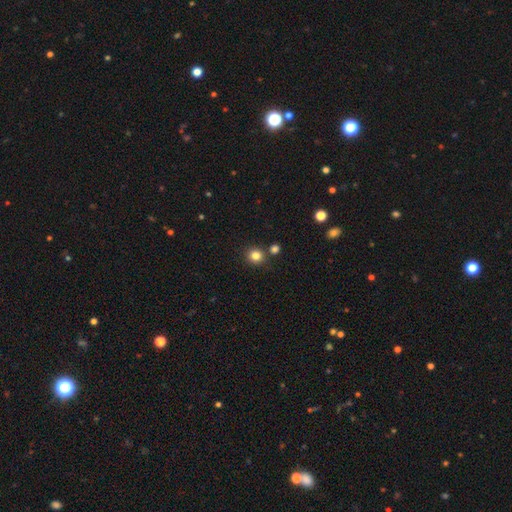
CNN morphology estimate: smooth 82%, star or artifact 13%, featured or disk 5%. Down the decision tree: how rounded — round (91%); merging — none (80%).